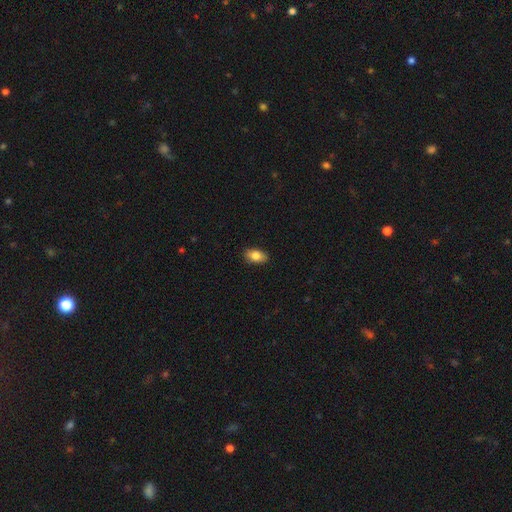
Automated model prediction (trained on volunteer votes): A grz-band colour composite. It shows a smooth galaxy with no disk features (84%) that is in between round and cigar-shaped (90%). Merging: none (88%).